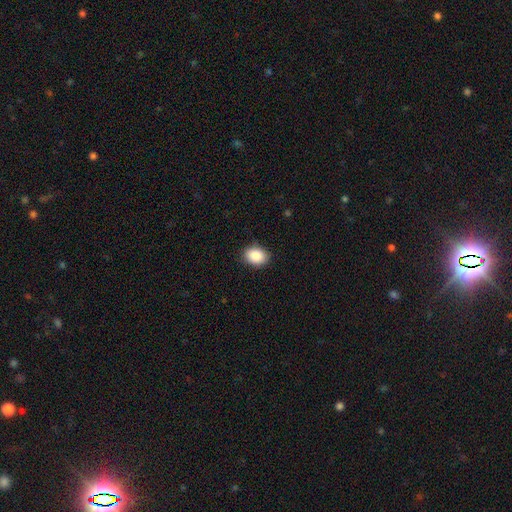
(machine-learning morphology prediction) A smooth galaxy with no disk features (89%) that is in between round and cigar-shaped (70%).

Vote fractions:
- Smooth or featured? smooth: 89% / star or artifact: 7% / featured or disk: 3%
- How rounded? in between: 70% / round: 29% / cigar-shaped: 1%
- Merging? none: 87% / minor disturbance: 10% / major disturbance: 2% / merger: 1%